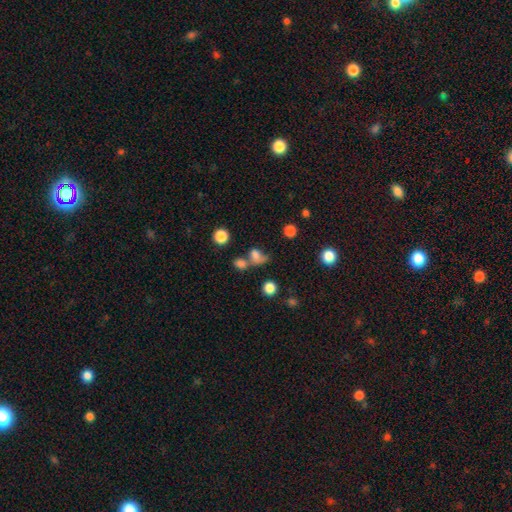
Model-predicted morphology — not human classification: Q: Smooth or featured?
A: smooth (72%); runner-up: star or artifact (16%)
Q: How rounded?
A: in between (56%); runner-up: round (41%)
Q: Merging?
A: merger (37%); runner-up: none (31%)